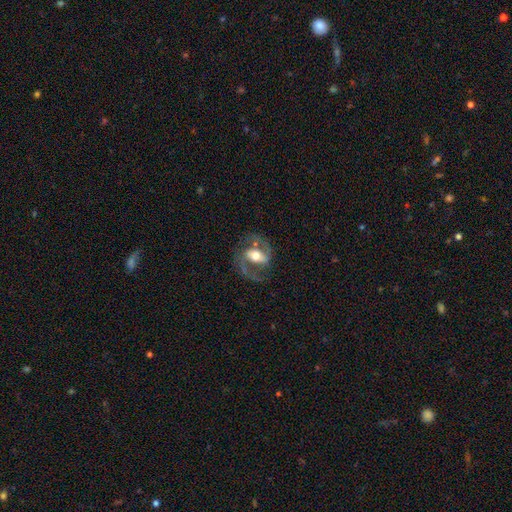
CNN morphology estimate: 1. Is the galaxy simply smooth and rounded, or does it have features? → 84% featured or disk, 11% smooth, 5% star or artifact.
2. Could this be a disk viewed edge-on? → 96% no, 4% yes.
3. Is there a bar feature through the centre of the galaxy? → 45% strong, 36% weak, 19% no.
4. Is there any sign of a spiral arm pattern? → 91% yes, 9% no.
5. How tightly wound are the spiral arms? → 57% medium, 25% loose, 17% tight.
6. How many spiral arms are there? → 90% 2, 4% 1, 3% can't tell, 1% 3, 1% 4, 1% more than 4.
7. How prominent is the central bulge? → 66% moderate, 18% large, 13% small, 2% dominant, 1% none.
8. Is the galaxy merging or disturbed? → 72% none, 14% minor disturbance, 12% major disturbance, 2% merger.